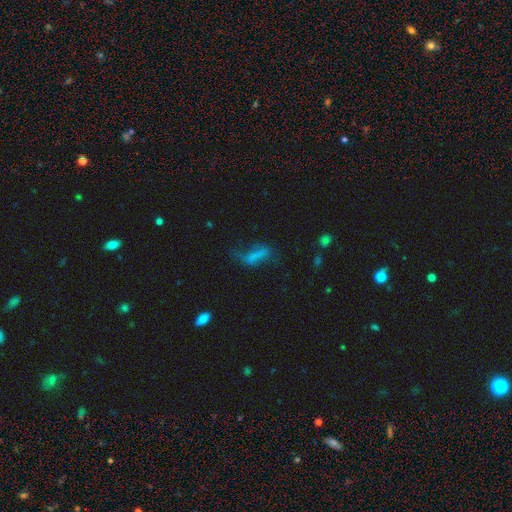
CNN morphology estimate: The model was most divided on "merging" (2-way tie): none: 35%, major disturbance: 35%, minor disturbance: 25%, merger: 5%. More confident: smooth or featured — smooth (54%); how rounded — in between (52%).